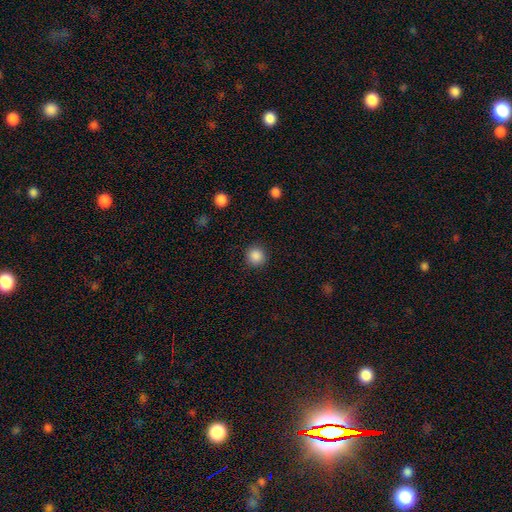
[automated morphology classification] Overall: smooth (87%). How rounded: round (93%). Merging: none (91%).